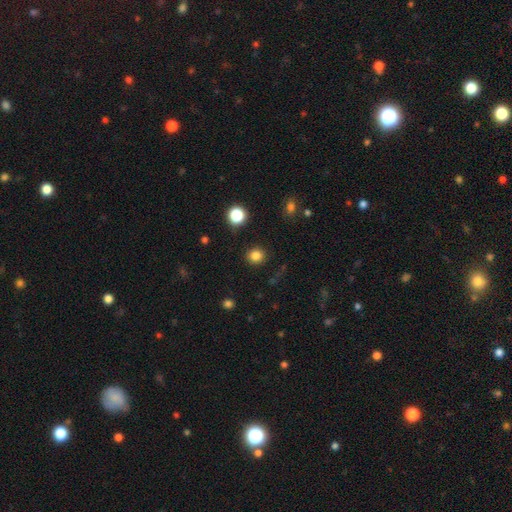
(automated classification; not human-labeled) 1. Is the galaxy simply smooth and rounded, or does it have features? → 83% smooth, 12% star or artifact, 5% featured or disk.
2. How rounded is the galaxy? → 87% round, 12% in between, 1% cigar-shaped.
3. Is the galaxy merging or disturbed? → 90% none, 7% minor disturbance, 2% major disturbance, 1% merger.